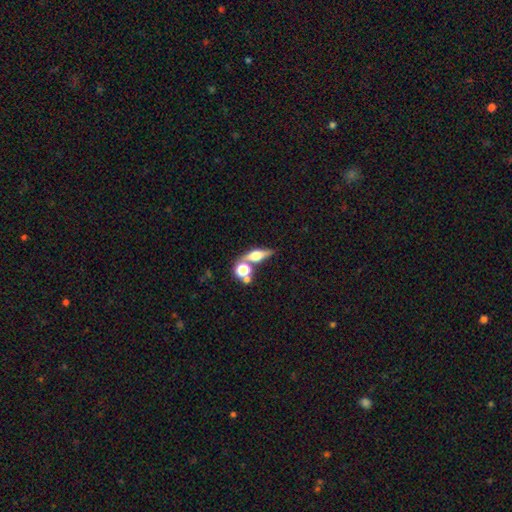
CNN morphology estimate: This appears to be a featured or disk galaxy (48%). Merging: none (61%).